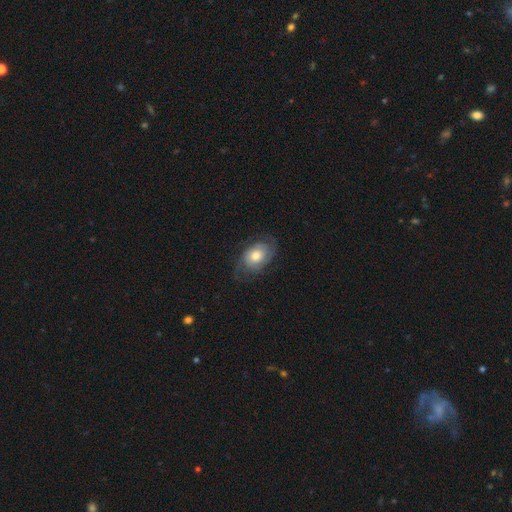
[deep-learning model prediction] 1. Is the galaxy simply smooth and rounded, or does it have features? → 64% featured or disk, 29% smooth, 7% star or artifact.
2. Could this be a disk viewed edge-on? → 96% no, 4% yes.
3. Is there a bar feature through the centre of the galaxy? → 81% no, 16% weak, 3% strong.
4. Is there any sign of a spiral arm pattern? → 88% yes, 12% no.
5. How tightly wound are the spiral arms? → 46% tight, 36% medium, 18% loose.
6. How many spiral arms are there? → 54% 2, 24% can't tell, 11% 3, 5% 1, 4% 4, 3% more than 4.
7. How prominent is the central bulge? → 62% moderate, 22% large, 12% small, 2% dominant, 2% none.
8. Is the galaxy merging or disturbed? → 67% none, 20% minor disturbance, 12% major disturbance, 1% merger.